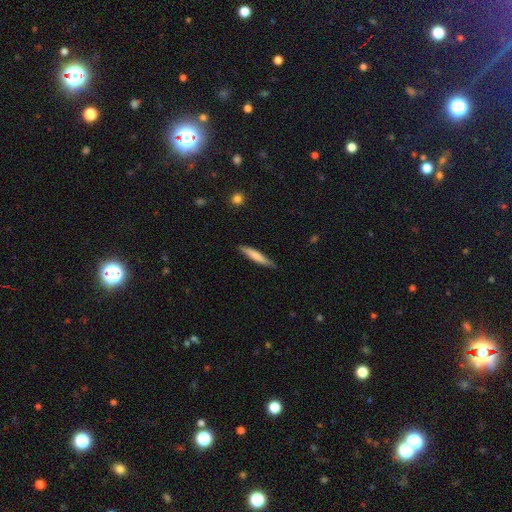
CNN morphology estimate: A smooth galaxy with no disk features (71%) that is cigar-shaped (91%).

Vote fractions:
- Smooth or featured? smooth: 71% / featured or disk: 24% / star or artifact: 5%
- How rounded? cigar-shaped: 91% / in between: 8% / round: 1%
- Merging? none: 84% / minor disturbance: 13% / major disturbance: 2% / merger: 1%